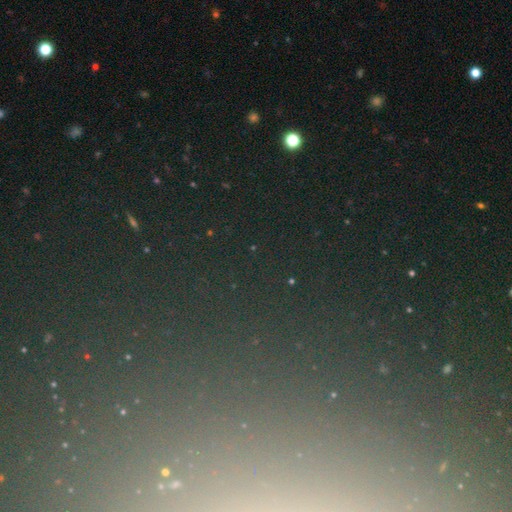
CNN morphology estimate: This appears to be a star or artifact, not a galaxy (73%).